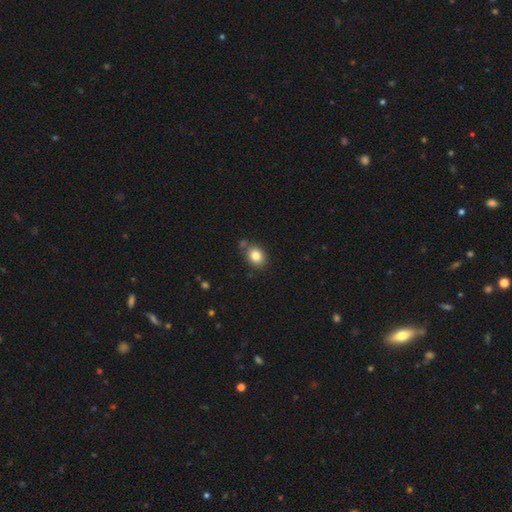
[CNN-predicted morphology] Smooth or featured: smooth — 83% (star or artifact — 10%)
How rounded: in between — 51% (round — 48%)
Merging: none — 75% (minor disturbance — 13%)